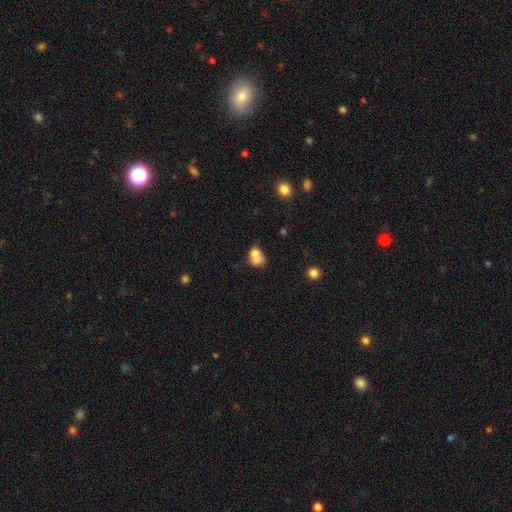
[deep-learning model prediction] Morphology: type=smooth (70%); roundness=in between (57%); merging=merger (58%).